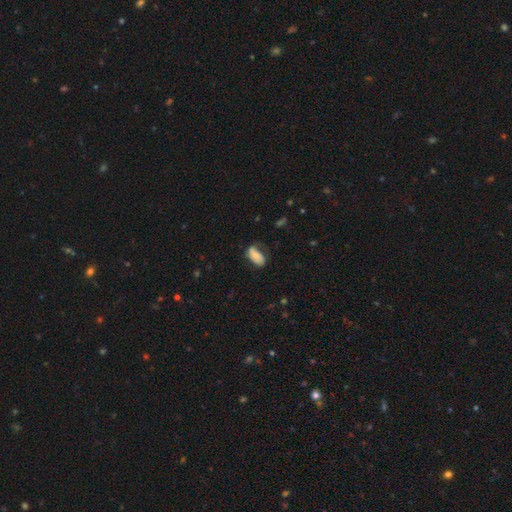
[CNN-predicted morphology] Smooth or featured: smooth — 62% (featured or disk — 31%)
How rounded: in between — 92% (round — 4%)
Merging: none — 51% (minor disturbance — 31%)